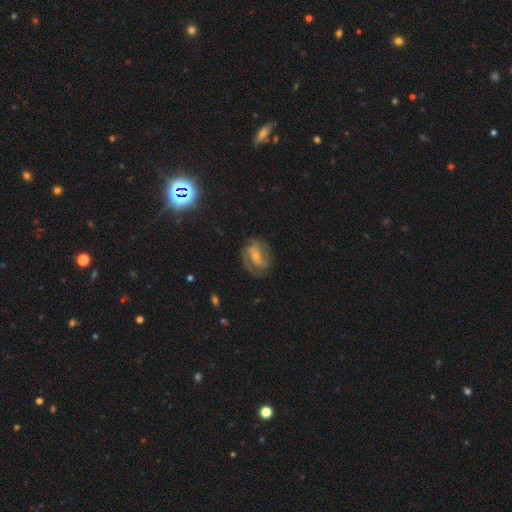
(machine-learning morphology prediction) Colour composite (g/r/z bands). It shows a featured or disk galaxy (71%) with a weak bar (41%), 2 (48%) medium (43%) spiral arms (85%) and a small central bulge (56%). Merging: none (66%).